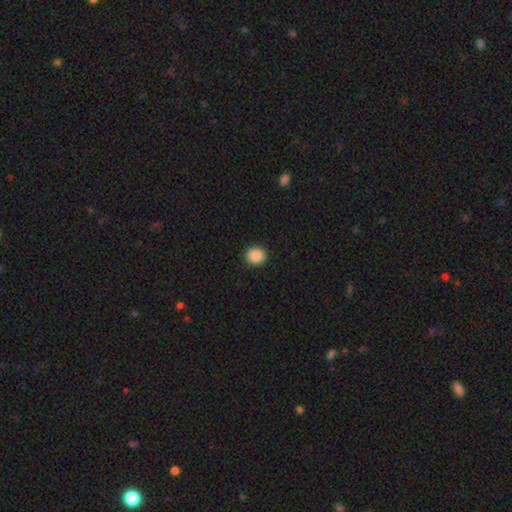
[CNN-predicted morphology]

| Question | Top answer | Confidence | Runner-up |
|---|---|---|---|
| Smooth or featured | smooth | 89% | star or artifact (9%) |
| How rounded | round | 87% | in between (12%) |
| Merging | none | 92% | minor disturbance (5%) |